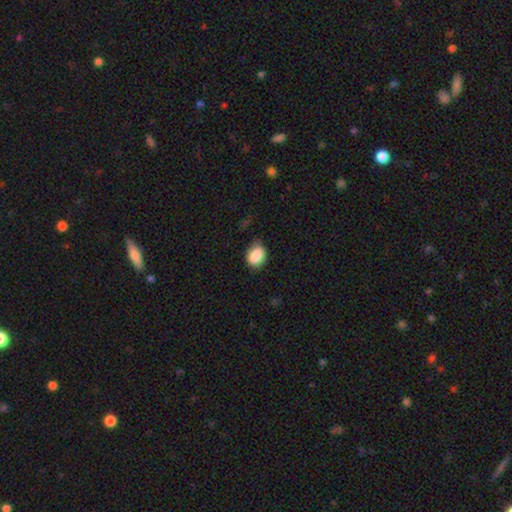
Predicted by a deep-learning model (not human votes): A smooth galaxy with no disk features (86%) that is in between round and cigar-shaped (63%).

Vote fractions:
- Smooth or featured? smooth: 86% / star or artifact: 7% / featured or disk: 7%
- How rounded? in between: 63% / round: 36% / cigar-shaped: 1%
- Merging? none: 70% / minor disturbance: 23% / major disturbance: 5% / merger: 1%